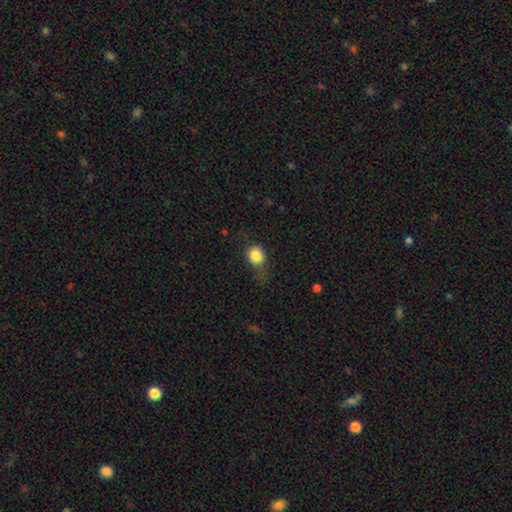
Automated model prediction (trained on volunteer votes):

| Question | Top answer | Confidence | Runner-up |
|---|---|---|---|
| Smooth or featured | smooth | 83% | star or artifact (10%) |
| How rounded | round | 62% | in between (37%) |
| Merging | none | 47% | minor disturbance (33%) |